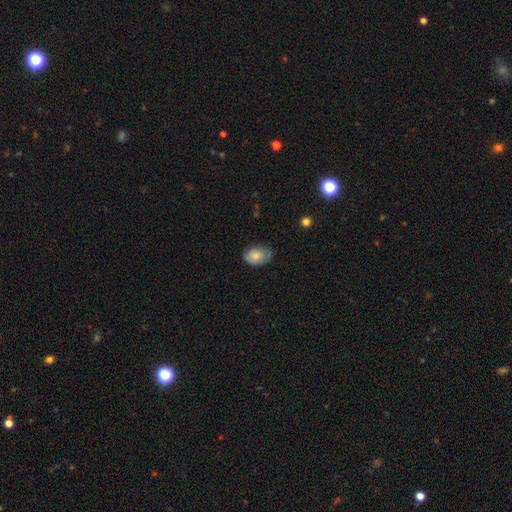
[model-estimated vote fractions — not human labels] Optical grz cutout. It shows a smooth galaxy with no disk features (76%) that is in between round and cigar-shaped (85%). Merging: none (67%).